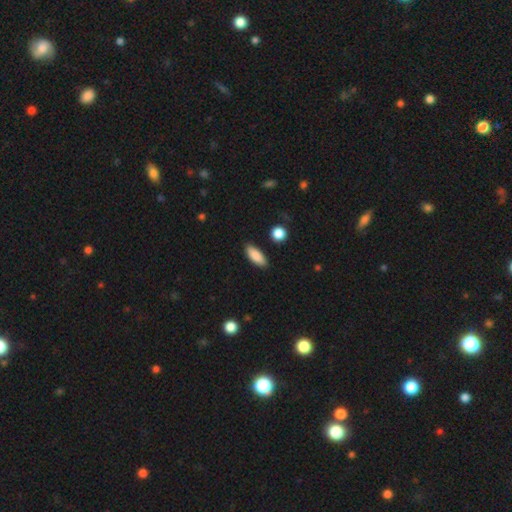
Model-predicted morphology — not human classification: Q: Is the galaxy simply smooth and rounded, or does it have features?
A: smooth — 86%.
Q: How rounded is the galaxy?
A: in between — 74%.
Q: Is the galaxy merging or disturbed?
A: none — 87%.